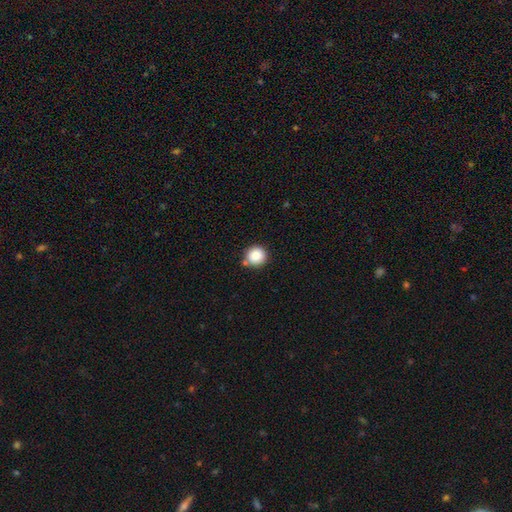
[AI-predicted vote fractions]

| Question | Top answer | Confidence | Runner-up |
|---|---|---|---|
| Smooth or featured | smooth | 87% | star or artifact (9%) |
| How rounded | round | 94% | in between (5%) |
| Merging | none | 81% | minor disturbance (10%) |